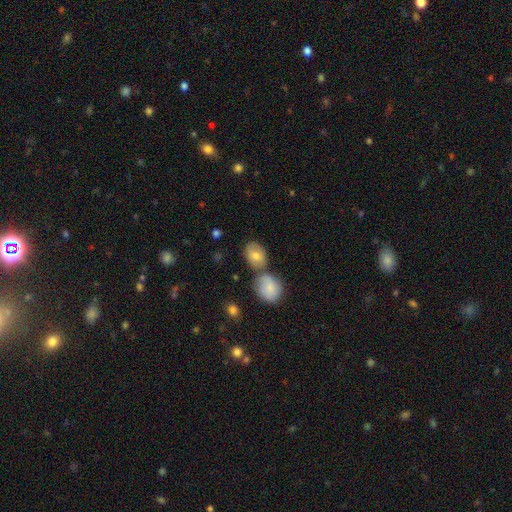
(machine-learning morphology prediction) A smooth galaxy with no disk features (75%) that is in between round and cigar-shaped (71%).

Vote fractions:
- Smooth or featured? smooth: 75% / featured or disk: 17% / star or artifact: 7%
- How rounded? in between: 71% / round: 28% / cigar-shaped: 1%
- Merging? none: 48% / merger: 34% / minor disturbance: 13% / major disturbance: 4%